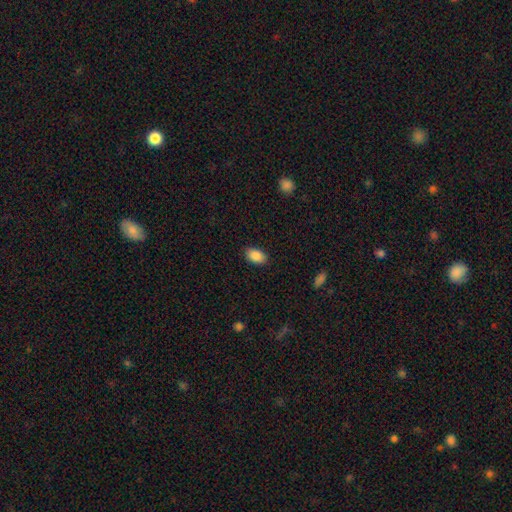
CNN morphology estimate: This appears to be a smooth galaxy with no disk features (88%) that is in between round and cigar-shaped (91%). Merging: none (88%).